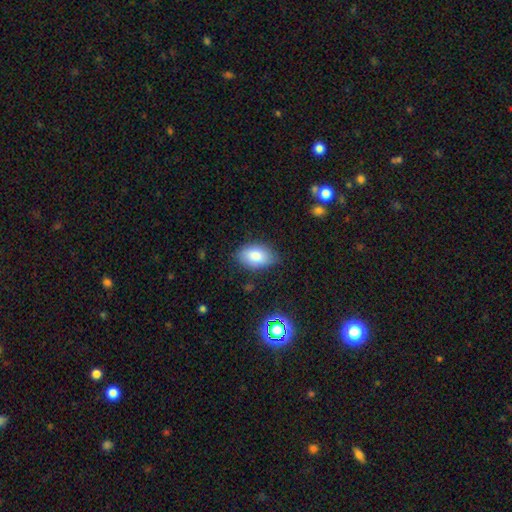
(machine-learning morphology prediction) Smooth or featured? smooth (80%)
How rounded? in between (89%)
Merging? none (76%)